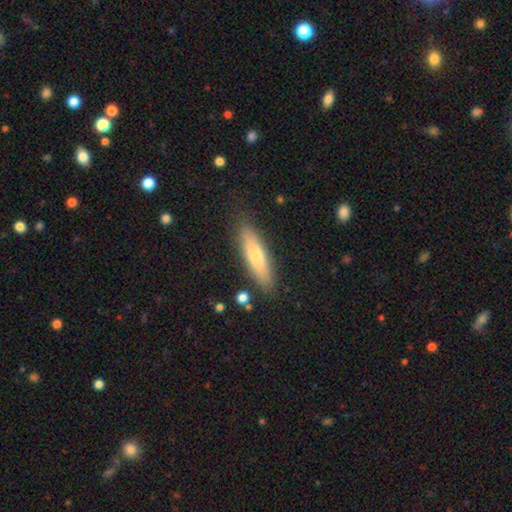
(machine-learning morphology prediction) This is likely a smooth galaxy (71%). How rounded: likely cigar-shaped (67%). Merging: clearly none (85%).